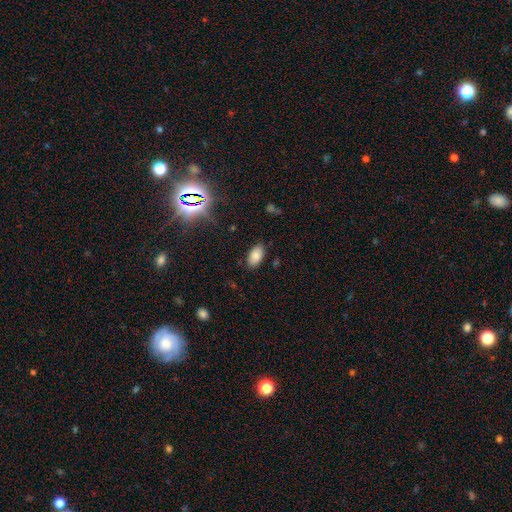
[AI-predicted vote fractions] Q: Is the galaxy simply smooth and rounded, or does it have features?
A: smooth — 82%.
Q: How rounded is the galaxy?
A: in between — 94%.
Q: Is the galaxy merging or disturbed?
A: none — 84%.